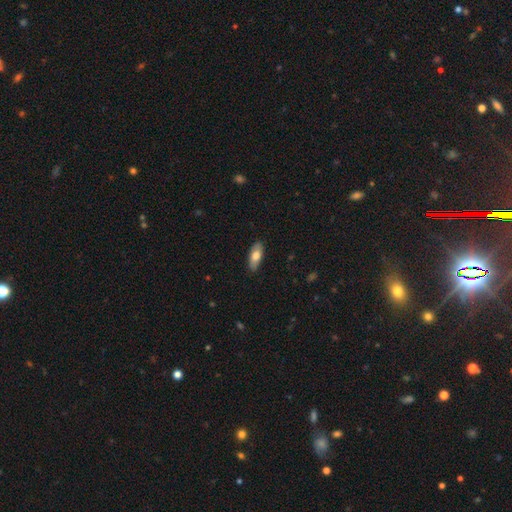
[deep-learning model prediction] Smooth or featured: smooth — 72% (featured or disk — 22%)
How rounded: in between — 80% (cigar-shaped — 18%)
Merging: none — 87% (minor disturbance — 10%)